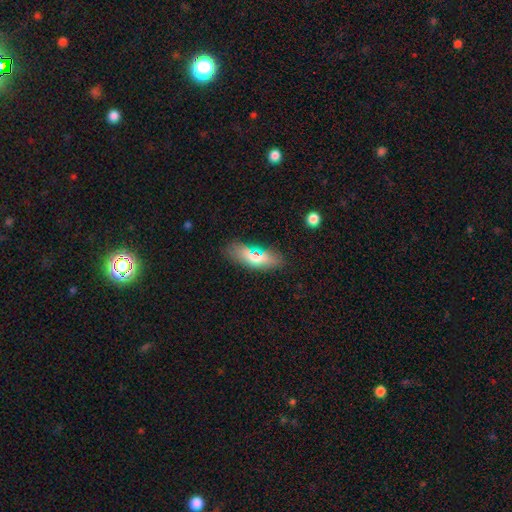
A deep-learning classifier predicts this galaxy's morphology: smooth-or-featured: smooth: 68% | featured or disk: 21% | star or artifact: 11%
  how-rounded: in between: 66% | cigar-shaped: 30% | round: 4%
  merging: none: 84% | minor disturbance: 11% | major disturbance: 3% | merger: 2%